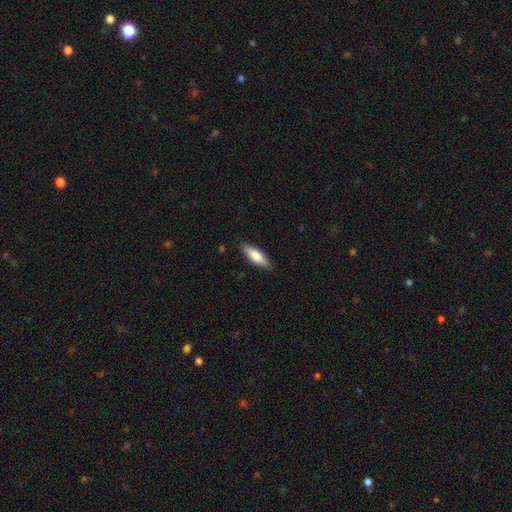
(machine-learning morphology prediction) The model was most divided on "how rounded": in between: 56%, cigar-shaped: 43%, round: 2%. More confident: merging — none (87%); smooth or featured — smooth (77%).